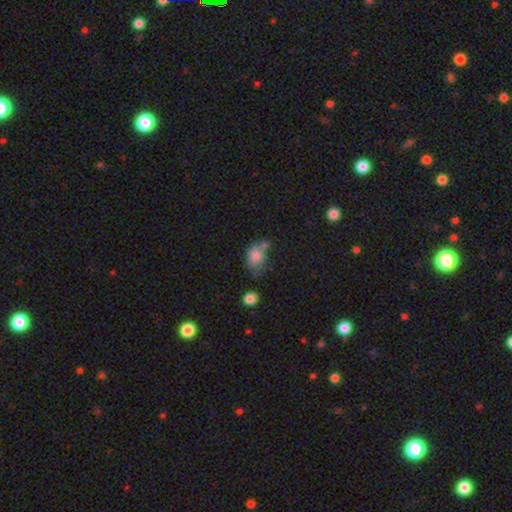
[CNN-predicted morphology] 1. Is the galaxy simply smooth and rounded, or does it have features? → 78% smooth, 12% featured or disk, 10% star or artifact.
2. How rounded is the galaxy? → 74% in between, 24% round, 1% cigar-shaped.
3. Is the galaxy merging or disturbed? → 35% none, 27% minor disturbance, 24% merger, 14% major disturbance.